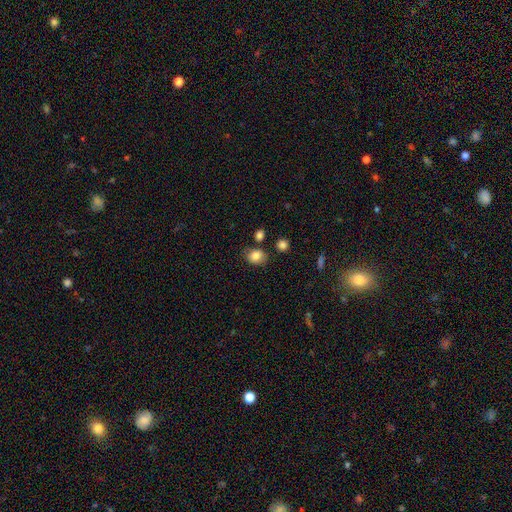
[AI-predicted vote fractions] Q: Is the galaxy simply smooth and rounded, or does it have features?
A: smooth — 83%.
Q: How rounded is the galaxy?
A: in between — 51%.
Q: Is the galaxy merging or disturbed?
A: none — 74%.